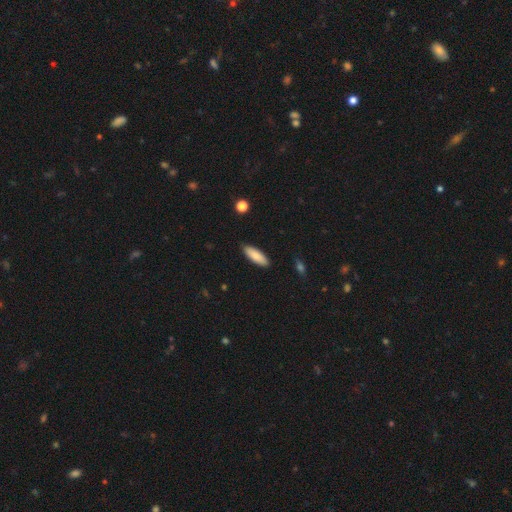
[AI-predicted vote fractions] Morphology: type=smooth (86%); roundness=in between (55%); merging=none (88%).